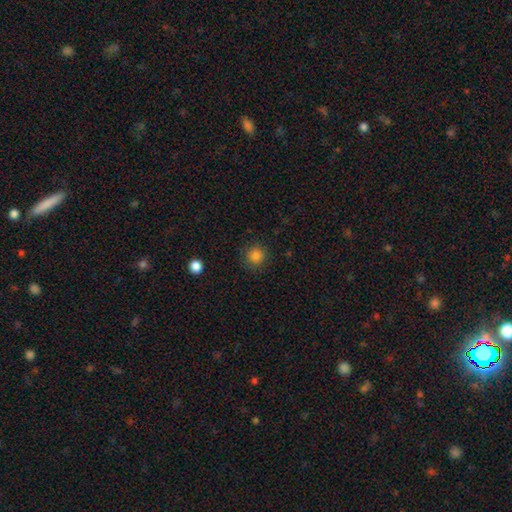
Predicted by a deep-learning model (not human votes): Smooth or featured: smooth — 84% (star or artifact — 12%)
How rounded: round — 93% (in between — 6%)
Merging: none — 88% (minor disturbance — 8%)